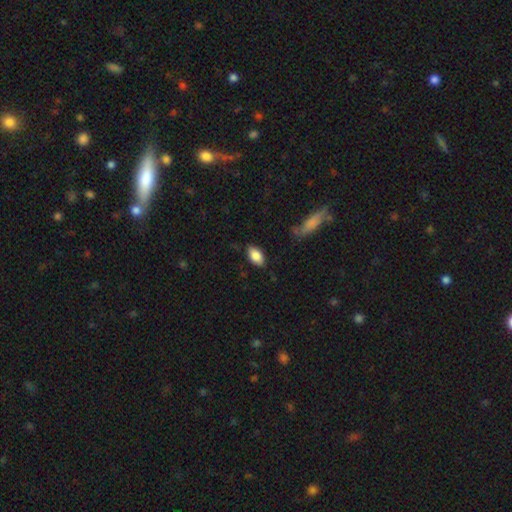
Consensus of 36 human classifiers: Q: Smooth or featured?
A: smooth (83%); runner-up: featured or disk (14%)
Q: How rounded?
A: in between (97%); runner-up: cigar-shaped (3%)
Q: Merging?
A: none (80%); runner-up: minor disturbance (14%)